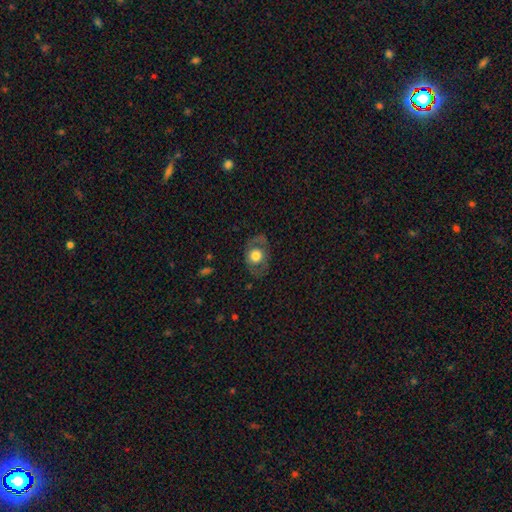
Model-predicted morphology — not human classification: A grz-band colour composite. It shows a smooth galaxy with no disk features (54%) that is in between round and cigar-shaped (52%). Merging: none (71%).